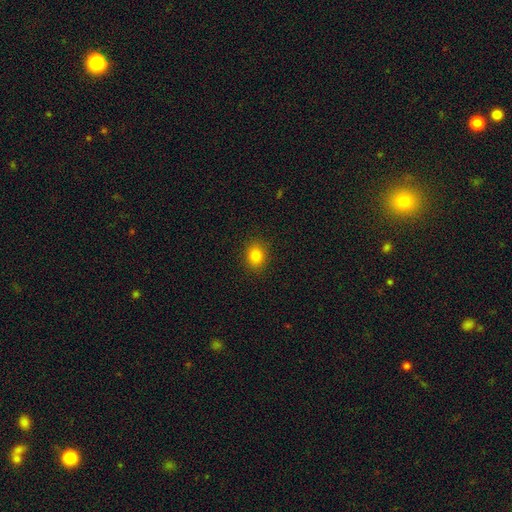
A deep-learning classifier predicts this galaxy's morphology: Smooth or featured? smooth (82%)
How rounded? round (53%)
Merging? none (89%)